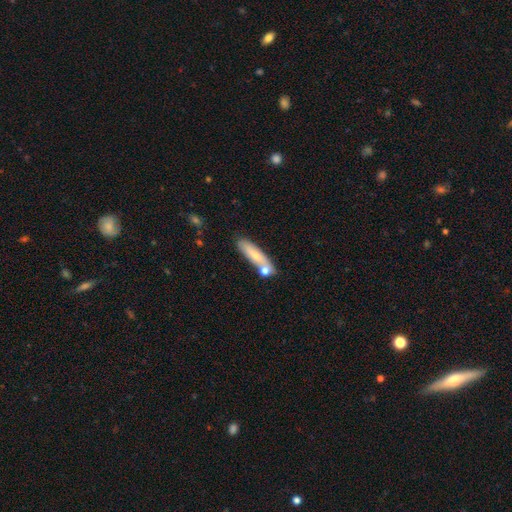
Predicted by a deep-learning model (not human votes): Smooth or featured?
  - smooth: 68% *
  - featured or disk: 25%
  - star or artifact: 7%
How rounded?
  - cigar-shaped: 73% *
  - in between: 25%
  - round: 2%
Merging?
  - none: 64% *
  - merger: 17%
  - minor disturbance: 15%
  - major disturbance: 4%